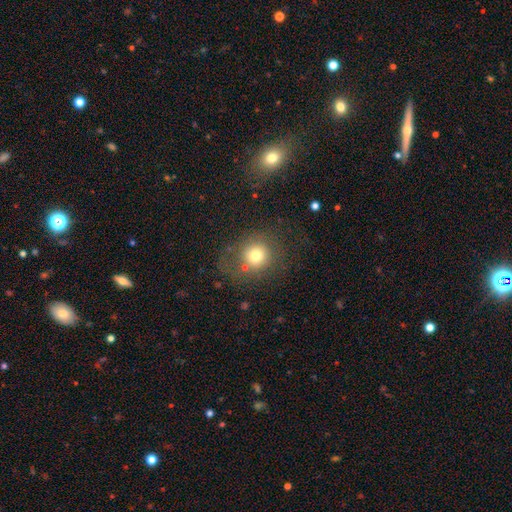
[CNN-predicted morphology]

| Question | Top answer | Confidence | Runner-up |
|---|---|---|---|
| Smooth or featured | smooth | 72% | star or artifact (14%) |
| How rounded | round | 85% | in between (14%) |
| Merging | none | 67% | minor disturbance (15%) |